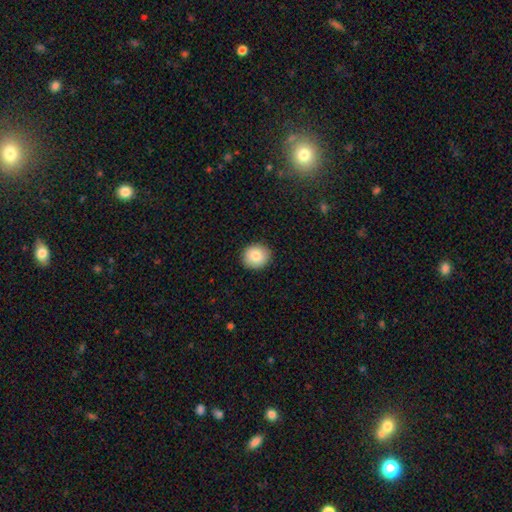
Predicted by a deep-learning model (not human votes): Smooth or featured?
  - smooth: 83% *
  - featured or disk: 9%
  - star or artifact: 8%
How rounded?
  - round: 83% *
  - in between: 16%
  - cigar-shaped: 1%
Merging?
  - none: 91% *
  - minor disturbance: 7%
  - major disturbance: 2%
  - merger: 1%